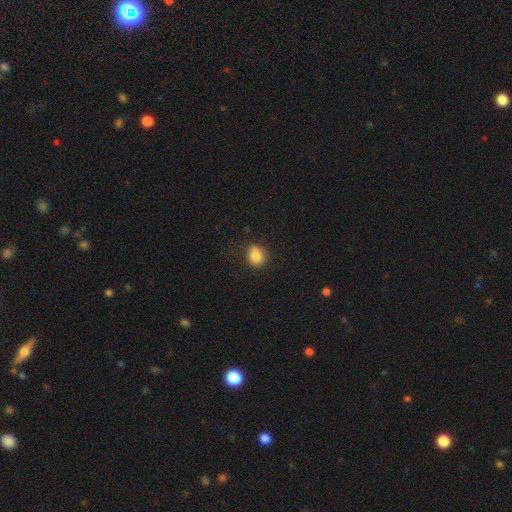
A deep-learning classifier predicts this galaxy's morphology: type=smooth (84%); roundness=round (57%); merging=none (68%).